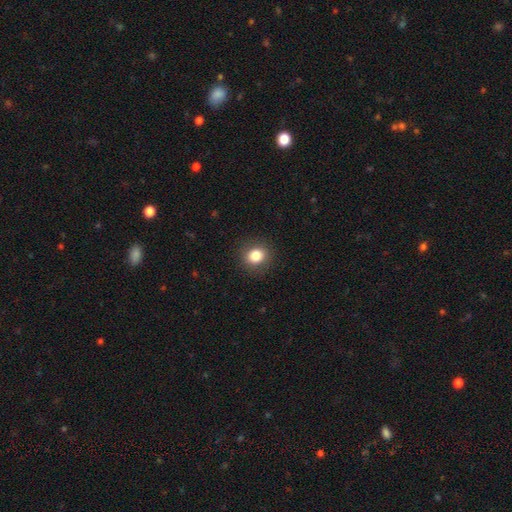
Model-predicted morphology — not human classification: This appears to be a smooth galaxy with no disk features (84%) that is round (75%). Merging: none (89%).